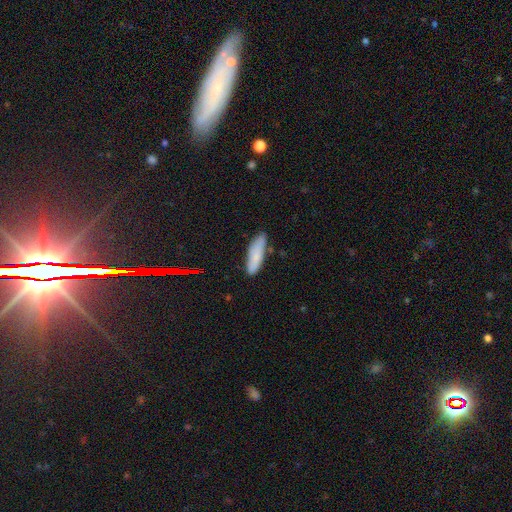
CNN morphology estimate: A smooth galaxy with no disk features (78%) that is cigar-shaped (60%). Merging: none (77%).